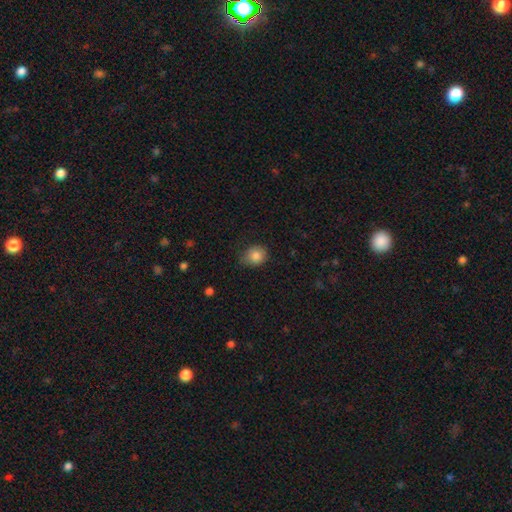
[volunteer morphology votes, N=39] Smooth or featured? smooth (92%)
How rounded? in between (53%)
Merging? none (66%)